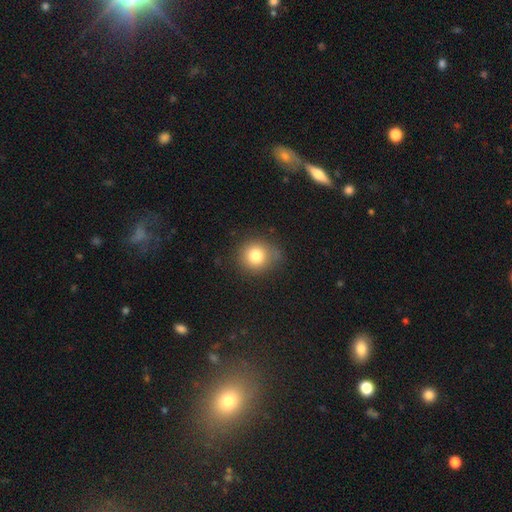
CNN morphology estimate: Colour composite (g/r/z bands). It shows a smooth galaxy with no disk features (80%) that is round (86%). Merging: none (77%).